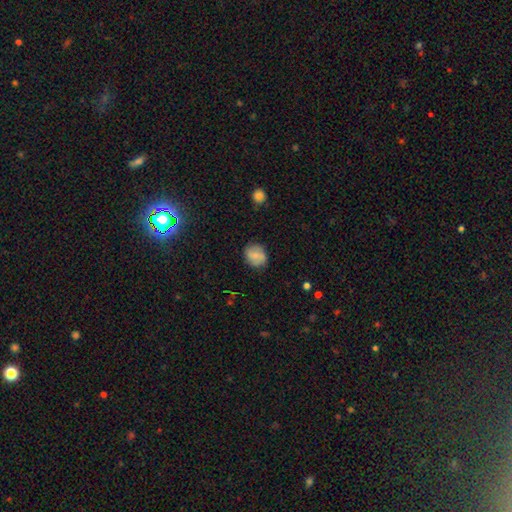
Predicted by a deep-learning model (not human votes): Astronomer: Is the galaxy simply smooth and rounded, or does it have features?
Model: smooth — 69%.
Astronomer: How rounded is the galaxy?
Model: round — 69%.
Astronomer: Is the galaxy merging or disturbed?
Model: none — 78%.